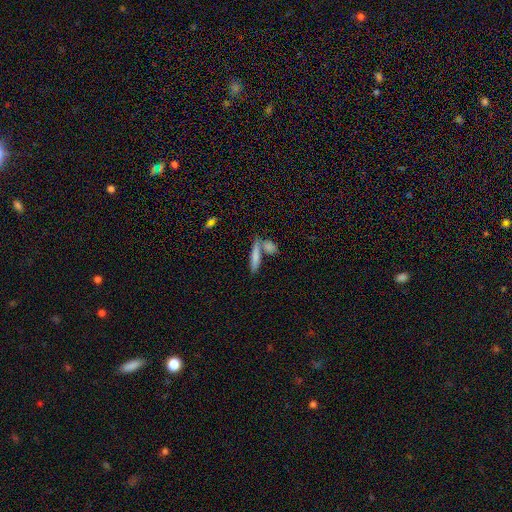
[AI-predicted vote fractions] Q: Smooth or featured?
A: smooth (76%); runner-up: featured or disk (17%)
Q: How rounded?
A: cigar-shaped (74%); runner-up: in between (22%)
Q: Merging?
A: none (59%); runner-up: merger (27%)